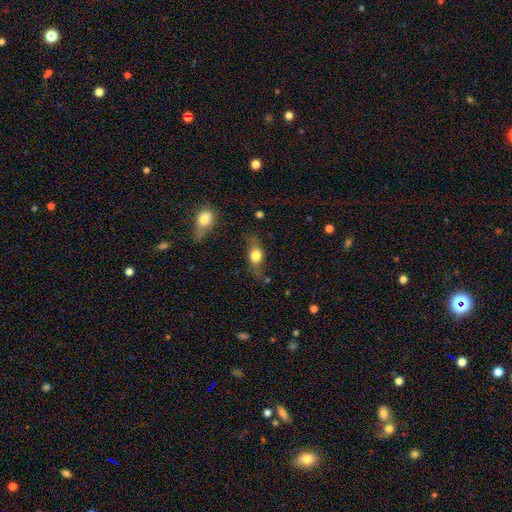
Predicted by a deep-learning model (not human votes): A smooth galaxy with no disk features (63%) that is in between round and cigar-shaped (63%).

Vote fractions:
- Smooth or featured? smooth: 63% / featured or disk: 27% / star or artifact: 9%
- How rounded? in between: 63% / round: 23% / cigar-shaped: 14%
- Merging? none: 63% / minor disturbance: 23% / major disturbance: 10% / merger: 4%